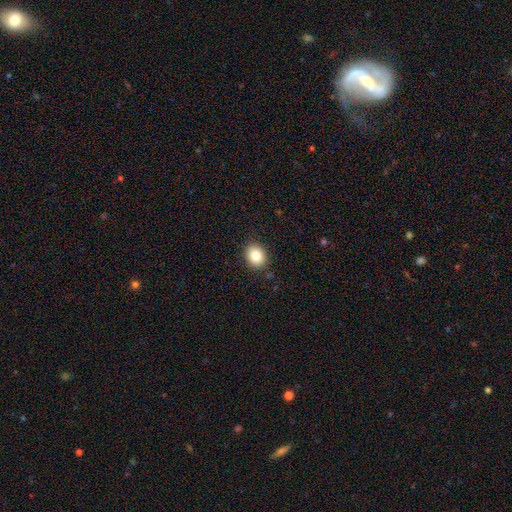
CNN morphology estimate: Smooth or featured? Predicted: smooth (p=0.85). How rounded? Predicted: round (p=0.55). Merging? Predicted: none (p=0.89).